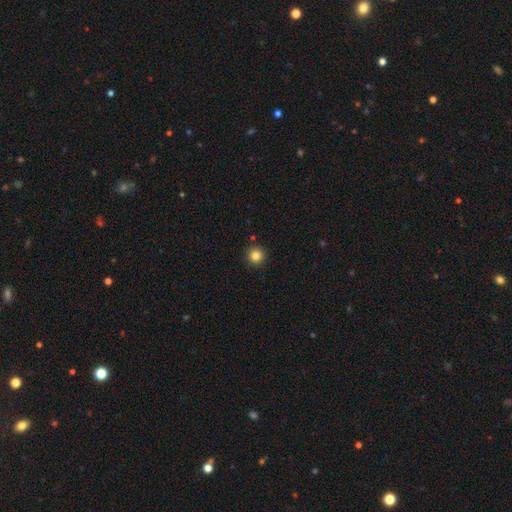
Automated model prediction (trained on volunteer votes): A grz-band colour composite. It shows a smooth galaxy with no disk features (83%) that is round (95%). Merging: none (91%).